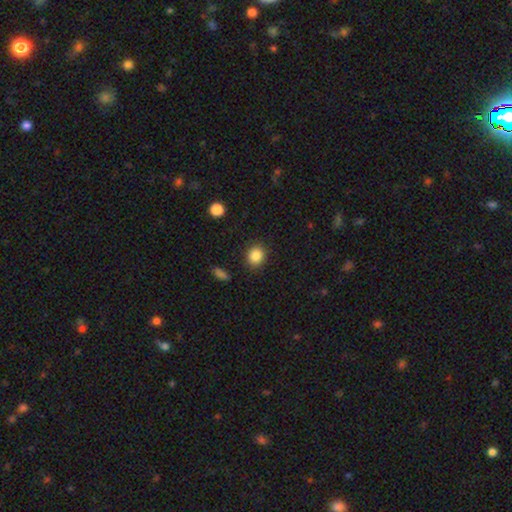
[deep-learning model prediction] Morphology: type=smooth (86%); roundness=round (73%); merging=none (88%).